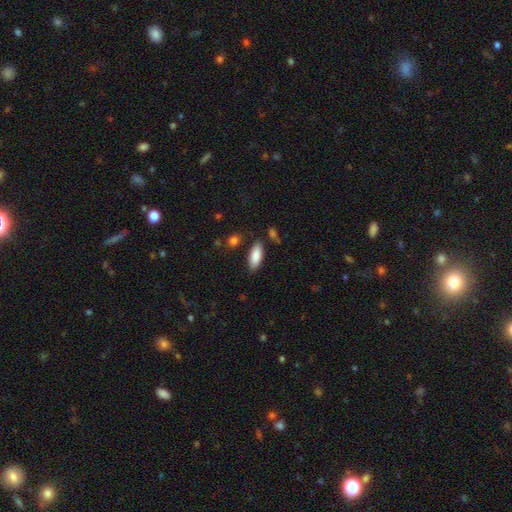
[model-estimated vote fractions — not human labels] This appears to be a smooth galaxy with no disk features (87%) that is in between round and cigar-shaped (80%). Merging: none (82%).